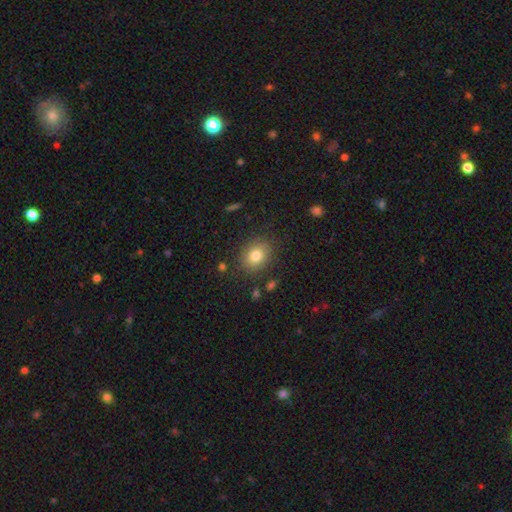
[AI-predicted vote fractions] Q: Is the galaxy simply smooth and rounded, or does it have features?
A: smooth — 80%.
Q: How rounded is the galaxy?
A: round — 54%.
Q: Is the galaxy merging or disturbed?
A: none — 85%.